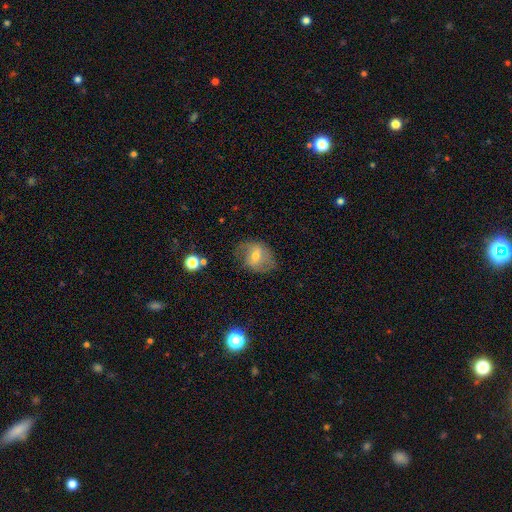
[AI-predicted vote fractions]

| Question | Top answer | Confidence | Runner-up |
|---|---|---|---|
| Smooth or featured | featured or disk | 51% | smooth (40%) |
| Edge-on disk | no | 95% | yes (5%) |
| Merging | none | 61% | minor disturbance (25%) |